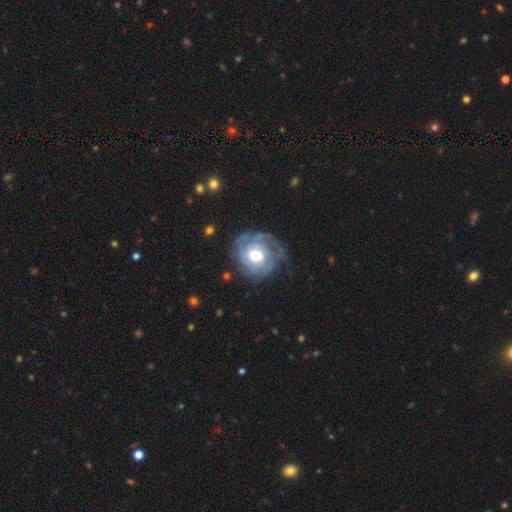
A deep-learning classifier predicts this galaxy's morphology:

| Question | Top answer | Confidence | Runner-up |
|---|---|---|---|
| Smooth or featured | featured or disk | 78% | smooth (16%) |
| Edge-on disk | no | 98% | yes (2%) |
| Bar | no | 57% | weak (35%) |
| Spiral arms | yes | 89% | no (11%) |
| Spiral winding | tight | 68% | medium (24%) |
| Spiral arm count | can't tell | 41% | 2 (19%) |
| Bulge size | moderate | 61% | large (31%) |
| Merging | none | 66% | minor disturbance (21%) |